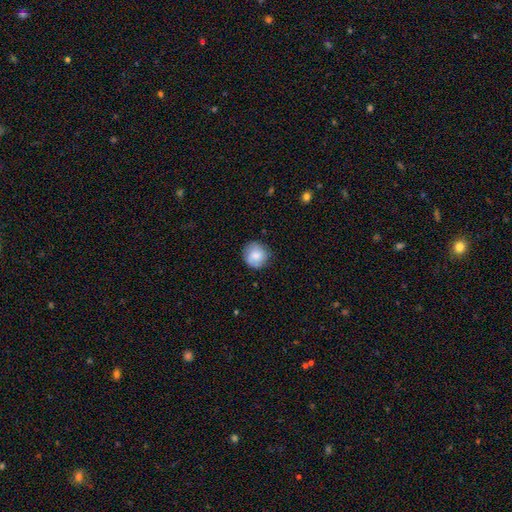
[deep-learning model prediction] This appears to be a smooth galaxy with no disk features (76%) that is round (91%). Merging: none (80%).